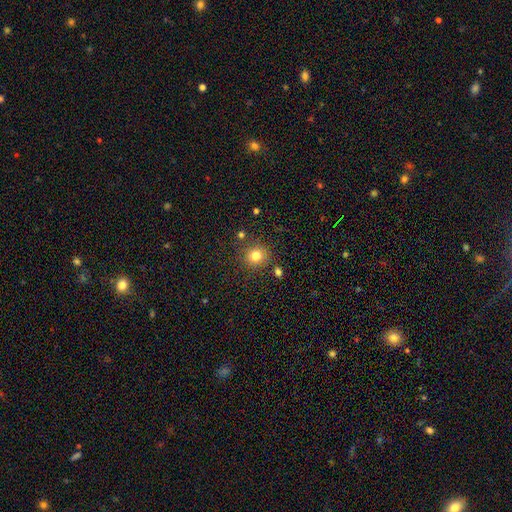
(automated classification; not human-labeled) The model was most divided on "smooth or featured": smooth: 80%, star or artifact: 13%, featured or disk: 7%. More confident: how rounded — round (91%); merging — none (83%).